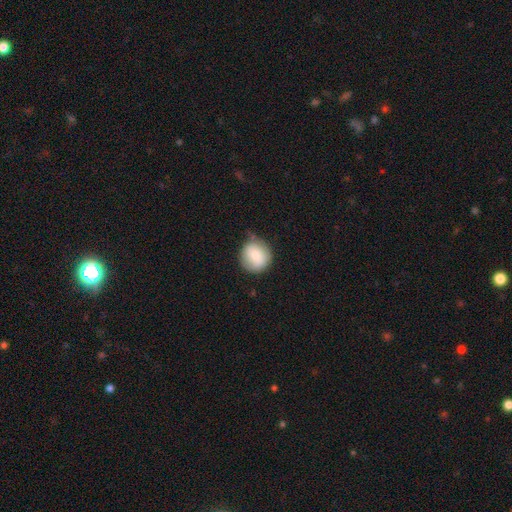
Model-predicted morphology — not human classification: Smooth or featured? Predicted: smooth (p=0.75). How rounded? Predicted: round (p=0.90). Merging? Predicted: none (p=0.66).